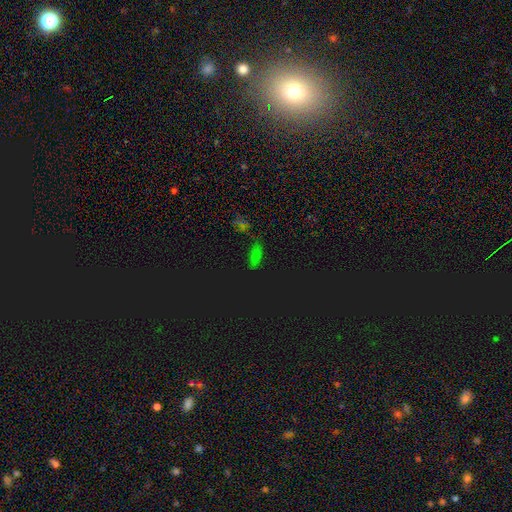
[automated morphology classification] smooth_or_featured: star or artifact (p=0.48) [alt: smooth p=0.45]